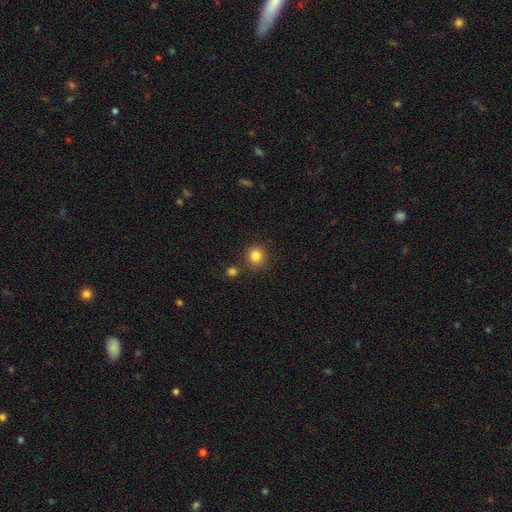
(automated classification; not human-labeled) smooth 84%, star or artifact 11%, featured or disk 5%. Down the decision tree: how rounded — round (91%); merging — none (83%).